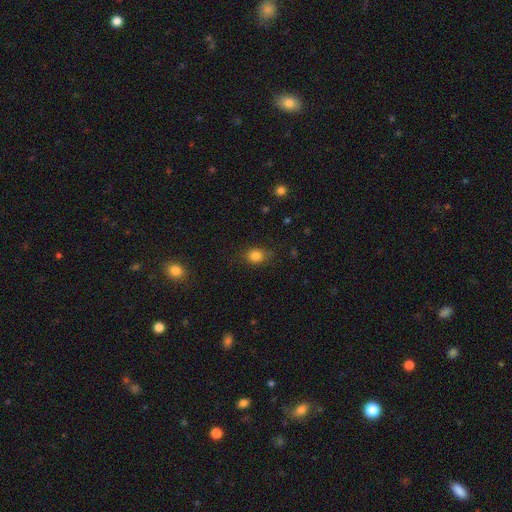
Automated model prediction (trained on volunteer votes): smooth_or_featured: smooth (p=0.82) [alt: star or artifact p=0.12]
how_rounded: round (p=0.61) [alt: in between p=0.38]
merging: none (p=0.79) [alt: minor disturbance p=0.15]